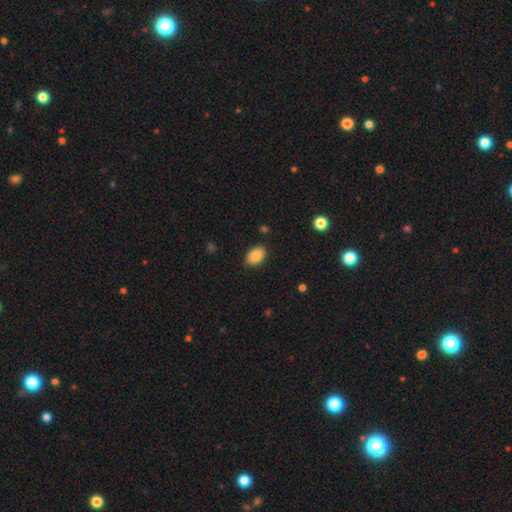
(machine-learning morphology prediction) smooth 86%, star or artifact 8%, featured or disk 7%. Down the decision tree: how rounded — in between (84%); merging — none (86%).